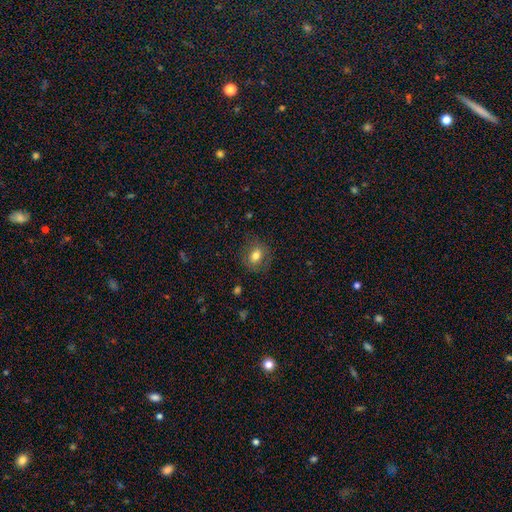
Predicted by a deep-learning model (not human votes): Smooth or featured? smooth (75%)
How rounded? round (54%)
Merging? none (78%)